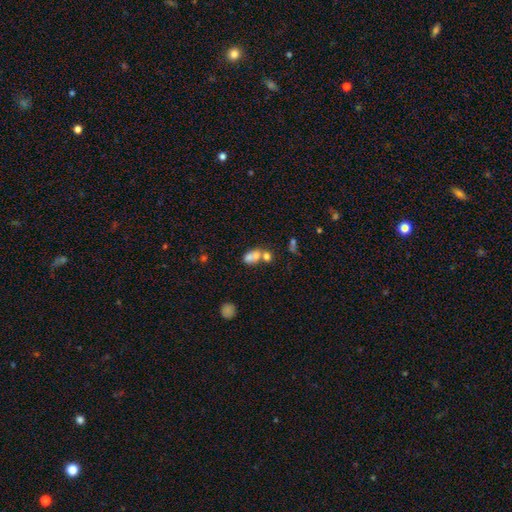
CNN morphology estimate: type=smooth (67%); roundness=in between (70%); merging=merger (59%).